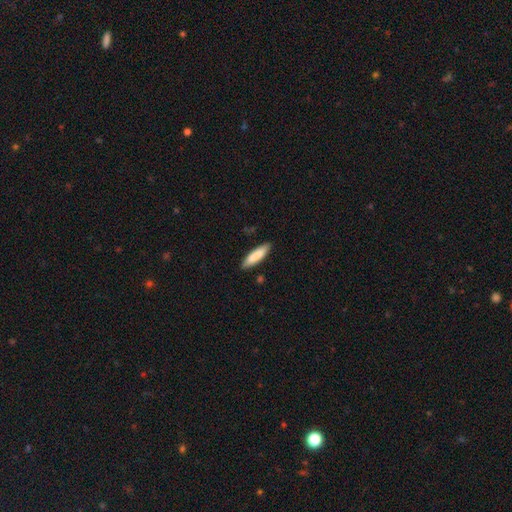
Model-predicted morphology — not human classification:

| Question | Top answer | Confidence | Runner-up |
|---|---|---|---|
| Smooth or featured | smooth | 86% | featured or disk (9%) |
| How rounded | cigar-shaped | 68% | in between (31%) |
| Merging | none | 87% | minor disturbance (10%) |